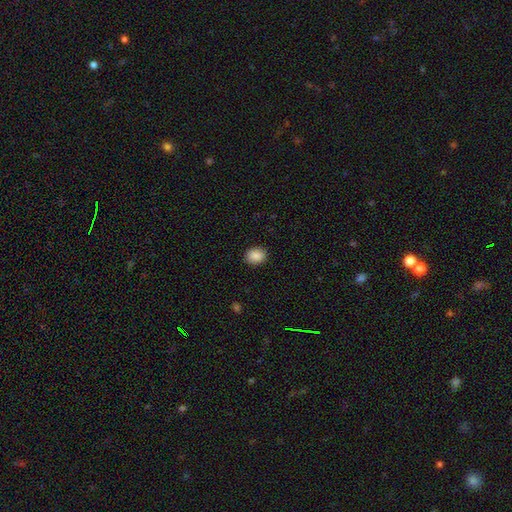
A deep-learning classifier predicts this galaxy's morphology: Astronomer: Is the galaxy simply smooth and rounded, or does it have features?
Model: smooth — 89%.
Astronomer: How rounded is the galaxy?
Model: in between — 51% (runner-up: round, 48%).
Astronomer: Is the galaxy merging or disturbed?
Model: none — 89%.